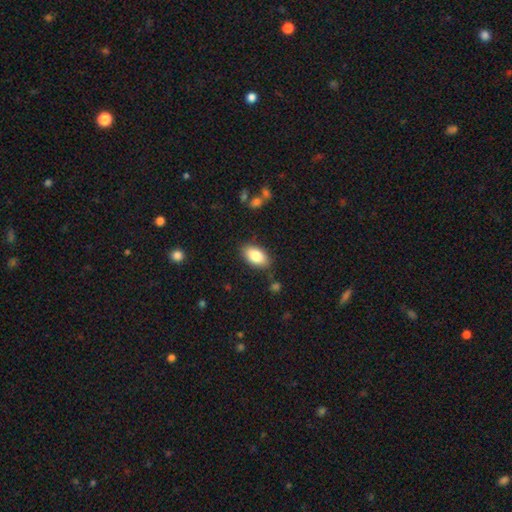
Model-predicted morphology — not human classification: A smooth galaxy with no disk features (84%) that is in between round and cigar-shaped (93%). Merging: none (84%).